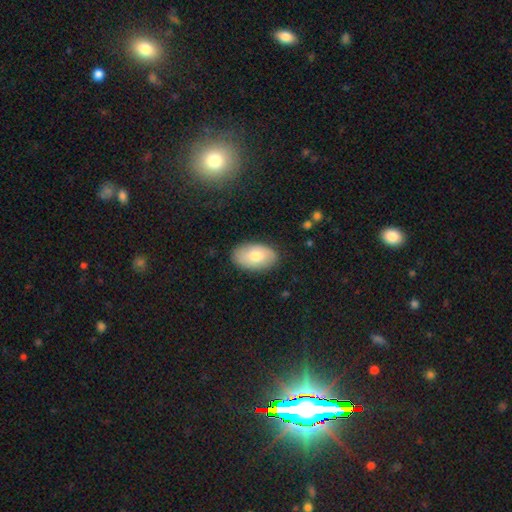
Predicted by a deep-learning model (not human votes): A smooth galaxy with no disk features (74%) that is in between round and cigar-shaped (93%). Merging: none (87%).